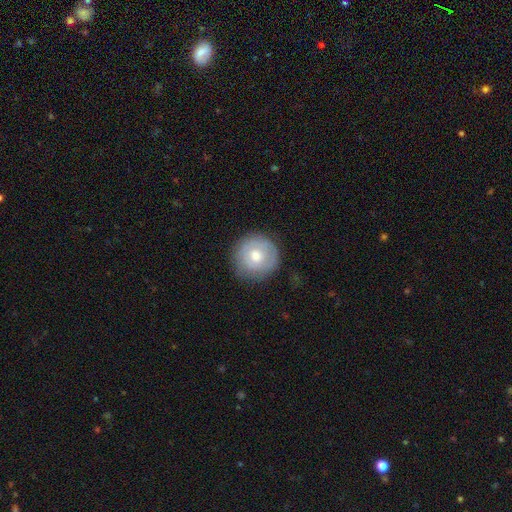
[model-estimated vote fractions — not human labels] Smooth or featured? Predicted: smooth (p=0.54). How rounded? Predicted: round (p=0.95). Merging? Predicted: none (p=0.84).